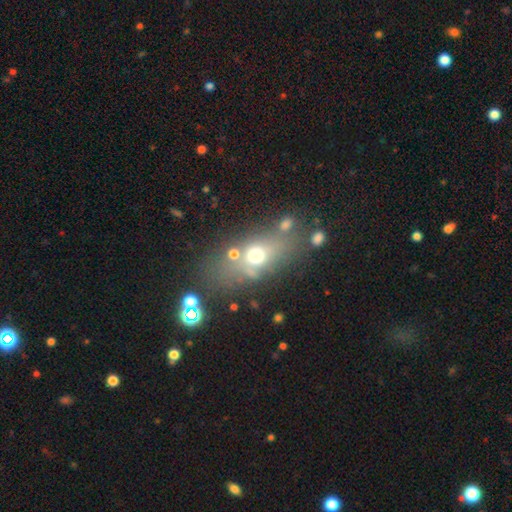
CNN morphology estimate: Smooth or featured? smooth (54%)
How rounded? in between (62%)
Merging? none (62%)